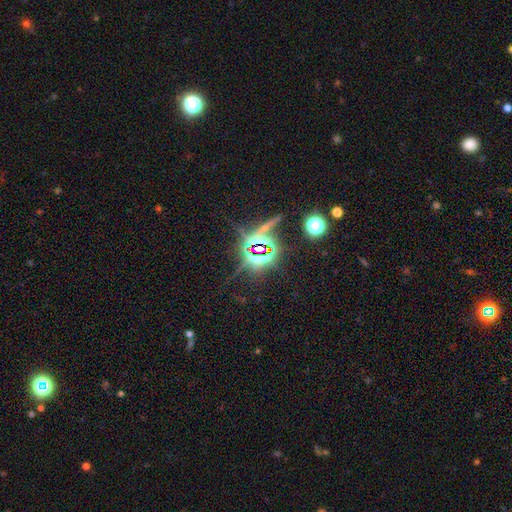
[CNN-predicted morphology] Smooth or featured: star or artifact — 79% (featured or disk — 11%)